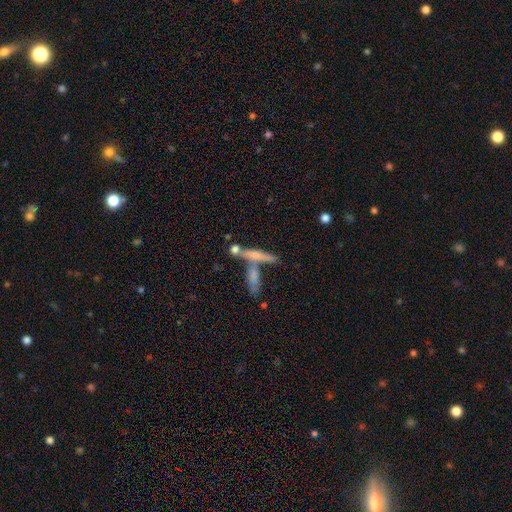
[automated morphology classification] smooth_or_featured: smooth (p=0.53) [alt: featured or disk p=0.38]
how_rounded: cigar-shaped (p=0.84) [alt: in between p=0.13]
merging: none (p=0.48) [alt: merger p=0.35]